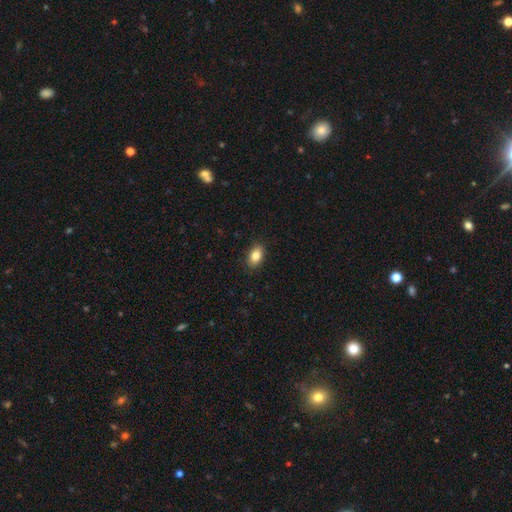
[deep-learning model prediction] smooth 84%, star or artifact 8%, featured or disk 7%. Down the decision tree: how rounded — in between (88%); merging — none (89%).